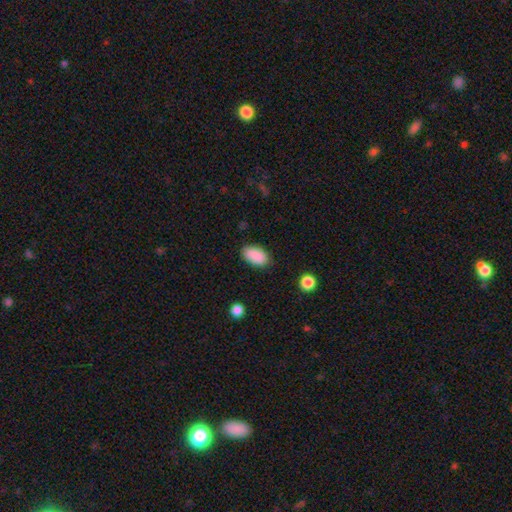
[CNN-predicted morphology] A smooth galaxy with no disk features (90%) that is in between round and cigar-shaped (94%). Merging: none (85%).